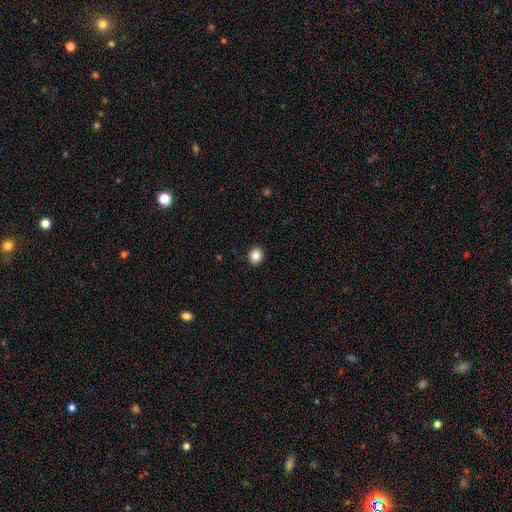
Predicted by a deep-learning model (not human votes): smooth-or-featured: smooth: 85% | star or artifact: 10% | featured or disk: 5%
  how-rounded: round: 72% | in between: 27% | cigar-shaped: 1%
  merging: none: 92% | minor disturbance: 5% | major disturbance: 2% | merger: 1%